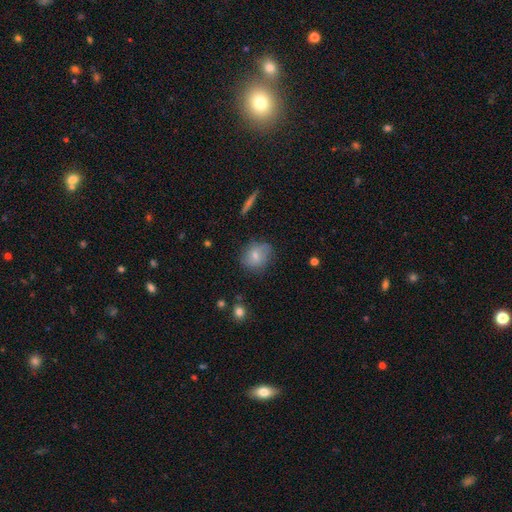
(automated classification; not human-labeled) A smooth galaxy with no disk features (68%) that is round (61%).

Vote fractions:
- Smooth or featured? smooth: 68% / featured or disk: 23% / star or artifact: 9%
- How rounded? round: 61% / in between: 37% / cigar-shaped: 2%
- Merging? none: 67% / minor disturbance: 24% / major disturbance: 8% / merger: 2%